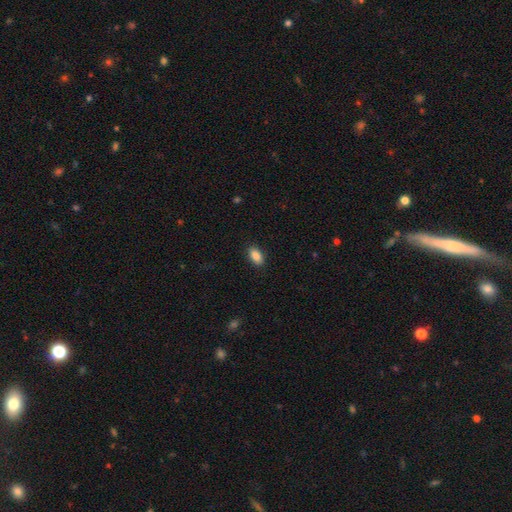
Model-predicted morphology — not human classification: Smooth or featured?
  - smooth: 88% *
  - star or artifact: 7%
  - featured or disk: 4%
How rounded?
  - in between: 92% *
  - round: 5%
  - cigar-shaped: 3%
Merging?
  - none: 89% *
  - minor disturbance: 8%
  - major disturbance: 2%
  - merger: 1%